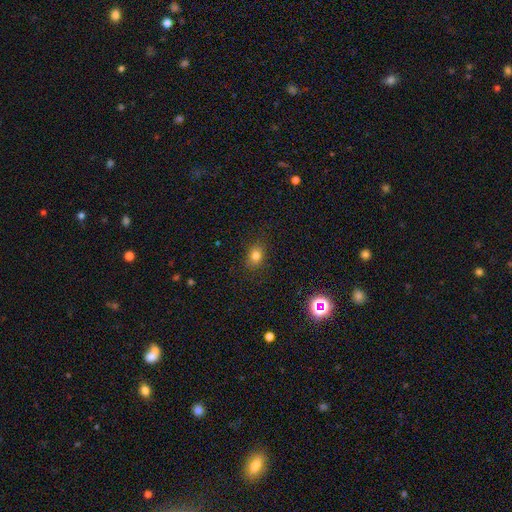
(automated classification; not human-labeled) smooth-or-featured: smooth: 78% | star or artifact: 15% | featured or disk: 8%
  how-rounded: in between: 55% | round: 44% | cigar-shaped: 1%
  merging: none: 85% | minor disturbance: 11% | major disturbance: 3% | merger: 1%